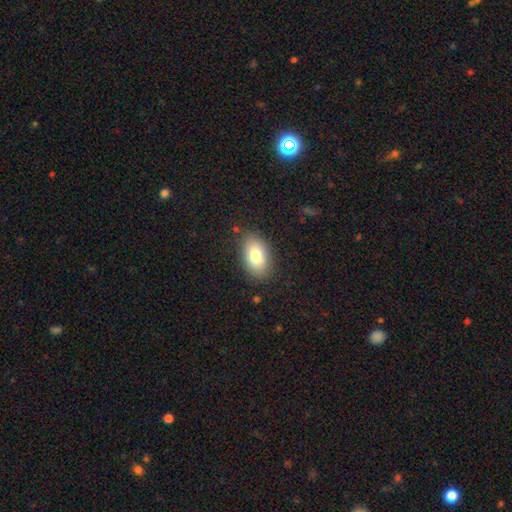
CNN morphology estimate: Smooth or featured? Predicted: smooth (p=0.79). How rounded? Predicted: in between (p=0.89). Merging? Predicted: none (p=0.84).